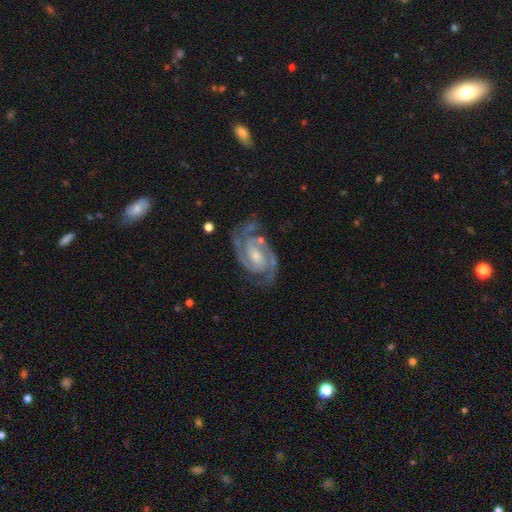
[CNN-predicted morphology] Smooth or featured?
  - featured or disk: 93% *
  - star or artifact: 4%
  - smooth: 3%
Edge-on disk?
  - no: 98% *
  - yes: 2%
Bar?
  - no: 41% *
  - weak: 40%
  - strong: 19%
Spiral arms?
  - yes: 99% *
  - no: 1%
Spiral winding?
  - tight: 53% *
  - medium: 42%
  - loose: 5%
Spiral arm count?
  - 2: 85% *
  - 3: 8%
  - can't tell: 3%
  - 4: 2%
  - 1: 1%
  - more than 4: 1%
Bulge size?
  - small: 56% *
  - moderate: 36%
  - none: 4%
  - large: 3%
  - dominant: 1%
Merging?
  - none: 75% *
  - minor disturbance: 16%
  - major disturbance: 6%
  - merger: 3%